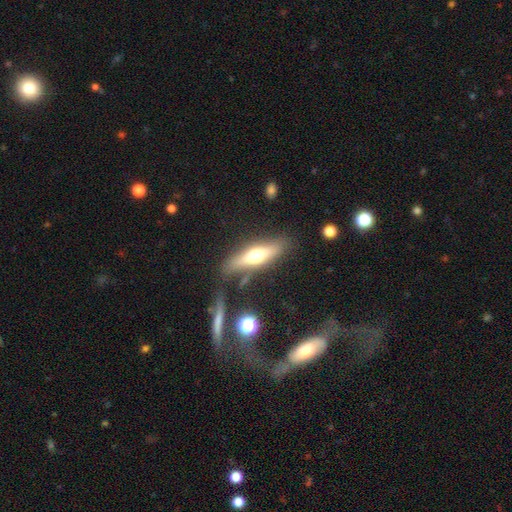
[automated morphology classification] Overall: featured or disk (49%; smooth 44%). Merging: none (74%).